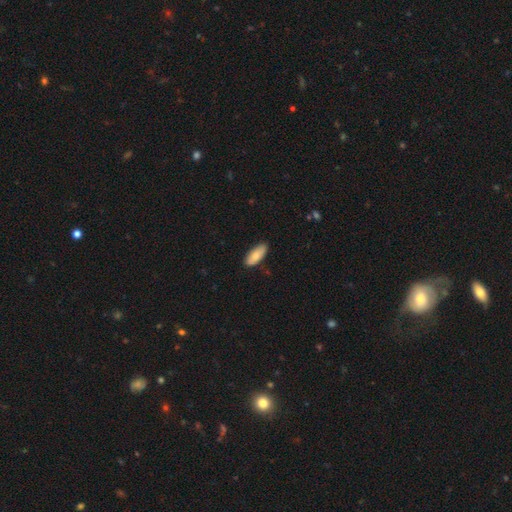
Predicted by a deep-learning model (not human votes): Smooth or featured? smooth (82%)
How rounded? in between (82%)
Merging? none (83%)